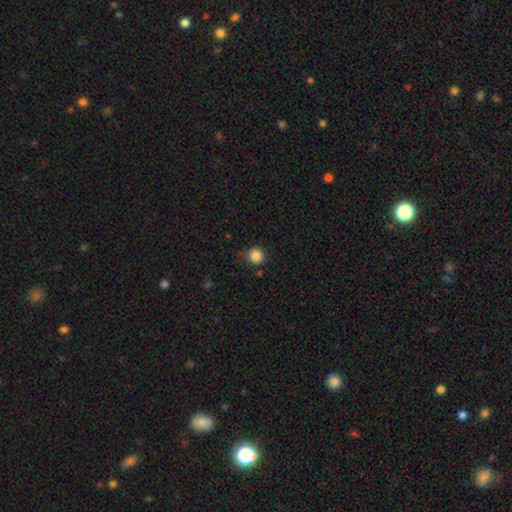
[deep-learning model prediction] This is clearly a smooth galaxy (85%). How rounded: clearly round (90%). Merging: clearly none (80%).